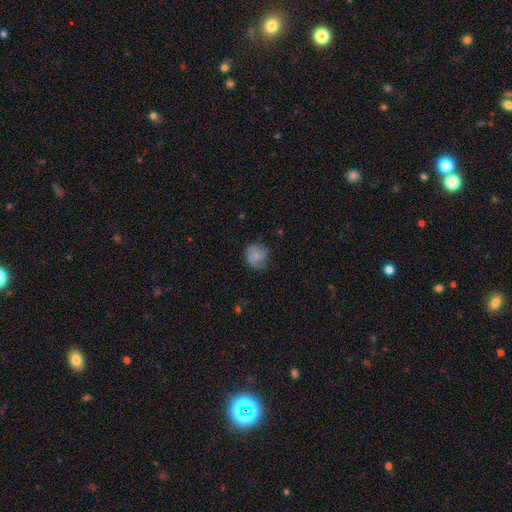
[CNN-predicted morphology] smooth_or_featured: smooth (p=0.70) [alt: featured or disk p=0.22]
how_rounded: round (p=0.84) [alt: in between p=0.15]
merging: none (p=0.67) [alt: minor disturbance p=0.24]